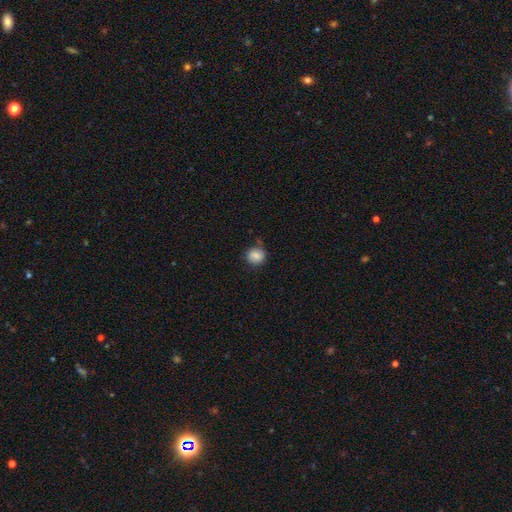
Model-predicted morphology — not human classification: Overall: smooth (82%). How rounded: round (76%). Merging: none (70%).